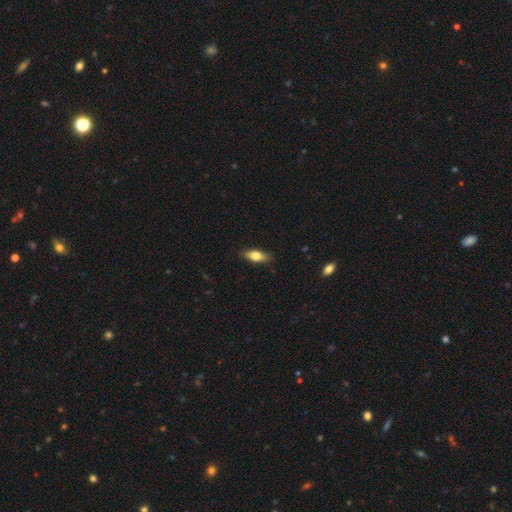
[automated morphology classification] smooth_or_featured: smooth (p=0.74) [alt: featured or disk p=0.19]
how_rounded: in between (p=0.74) [alt: cigar-shaped p=0.22]
merging: none (p=0.85) [alt: minor disturbance p=0.12]